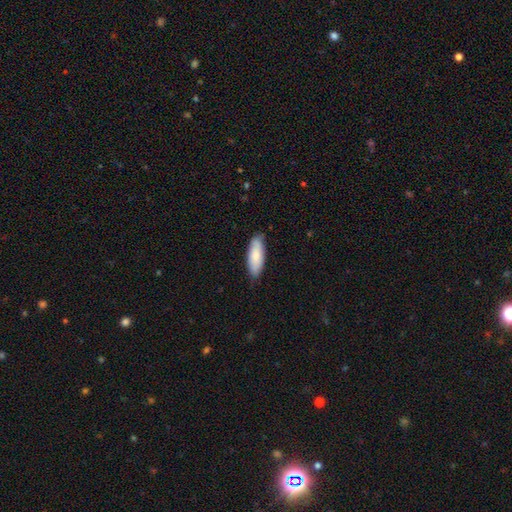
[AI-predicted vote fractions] Smooth or featured: smooth — 80% (featured or disk — 15%)
How rounded: in between — 70% (cigar-shaped — 28%)
Merging: none — 80% (minor disturbance — 17%)